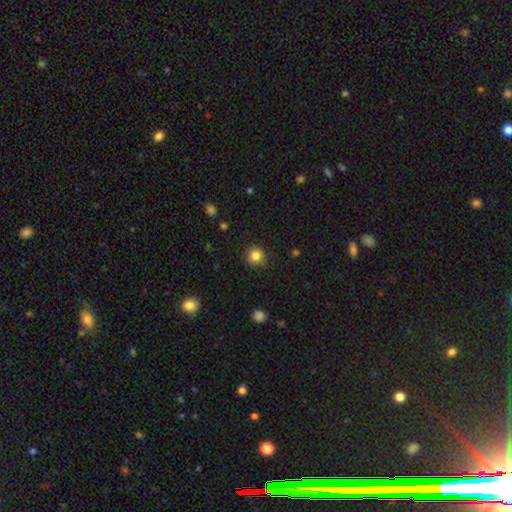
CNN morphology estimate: type=smooth (84%); roundness=round (92%); merging=none (88%).